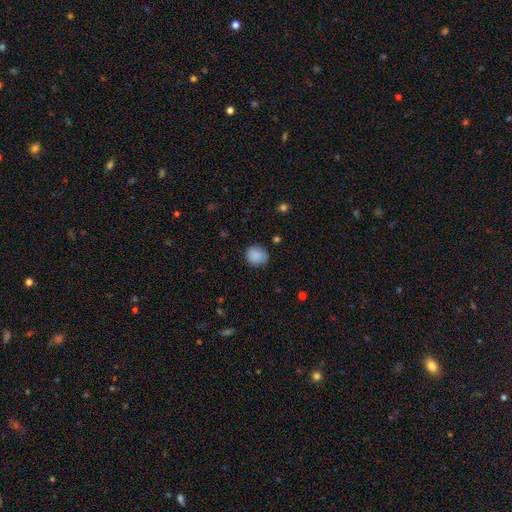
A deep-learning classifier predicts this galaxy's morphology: A smooth galaxy with no disk features (87%) that is round (75%). Merging: none (75%).